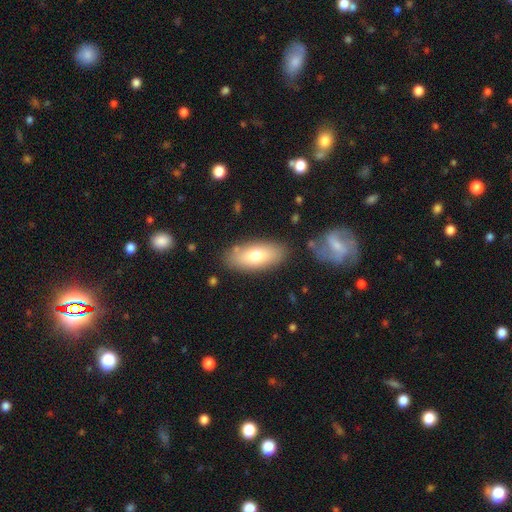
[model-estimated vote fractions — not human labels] Q: Smooth or featured?
A: smooth (70%); runner-up: featured or disk (24%)
Q: How rounded?
A: in between (84%); runner-up: cigar-shaped (13%)
Q: Merging?
A: none (80%); runner-up: minor disturbance (12%)